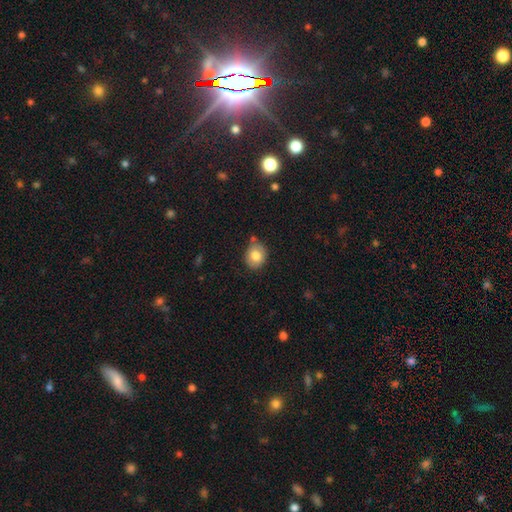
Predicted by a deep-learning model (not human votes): smooth_or_featured: smooth (p=0.79) [alt: featured or disk p=0.13]
how_rounded: round (p=0.55) [alt: in between p=0.44]
merging: none (p=0.71) [alt: minor disturbance p=0.19]